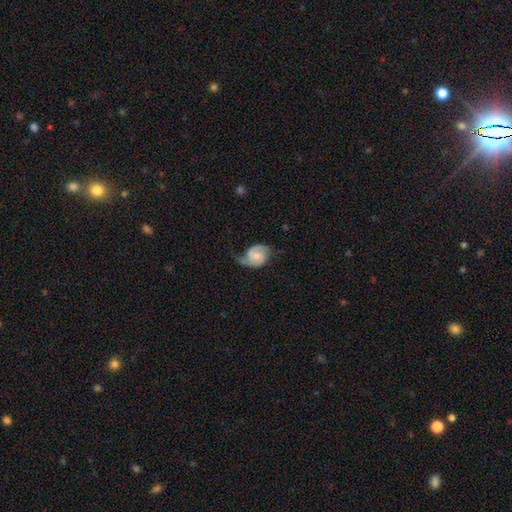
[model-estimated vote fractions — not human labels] A featured or disk galaxy (77%) with no bar (57%), 2 (84%) medium (45%) spiral arms (95%) and a small central bulge (49%).

Vote fractions:
- Smooth or featured? featured or disk: 77% / smooth: 18% / star or artifact: 6%
- Edge-on disk? no: 98% / yes: 2%
- Bar? no: 57% / weak: 36% / strong: 7%
- Spiral arms? yes: 95% / no: 5%
- Spiral winding? medium: 45% / loose: 30% / tight: 25%
- Spiral arm count? 2: 84% / 1: 8% / can't tell: 4% / 3: 1% / 4: 1% / more than 4: 1%
- Bulge size? small: 49% / moderate: 36% / none: 10% / large: 3% / dominant: 1%
- Merging? none: 54% / minor disturbance: 27% / major disturbance: 17% / merger: 2%